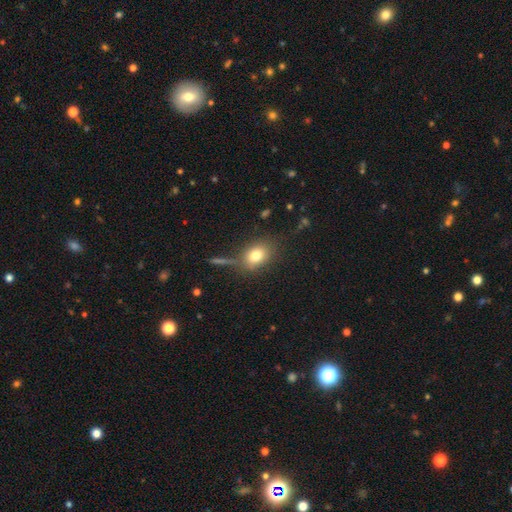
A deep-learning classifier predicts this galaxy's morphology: Smooth or featured: smooth — 79% (featured or disk — 11%)
How rounded: in between — 66% (round — 32%)
Merging: none — 72% (minor disturbance — 15%)